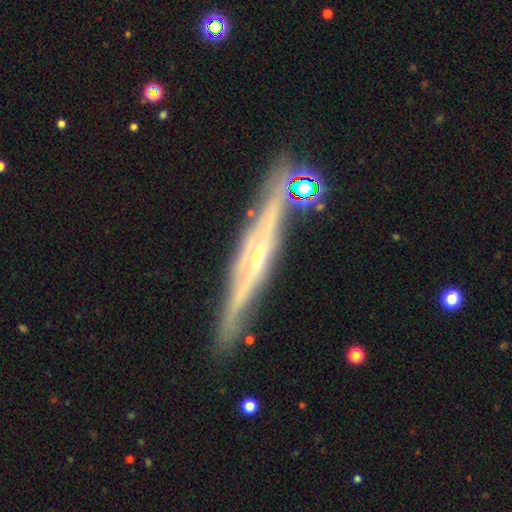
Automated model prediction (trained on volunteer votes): A featured or disk galaxy (84%) viewed edge-on (91%) with a rounded central bulge (69%). Merging: none (82%).